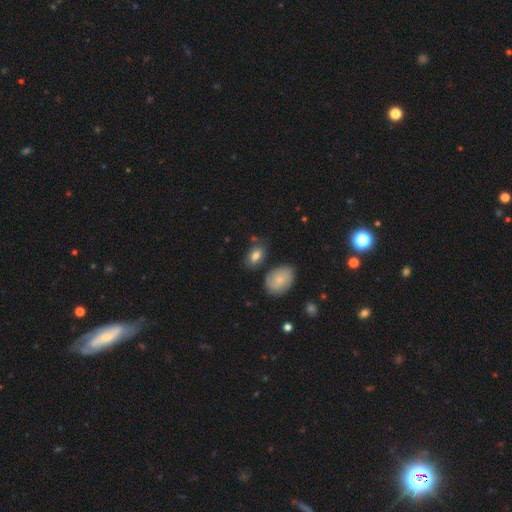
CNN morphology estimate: type=smooth (79%); roundness=in between (87%); merging=none (71%).